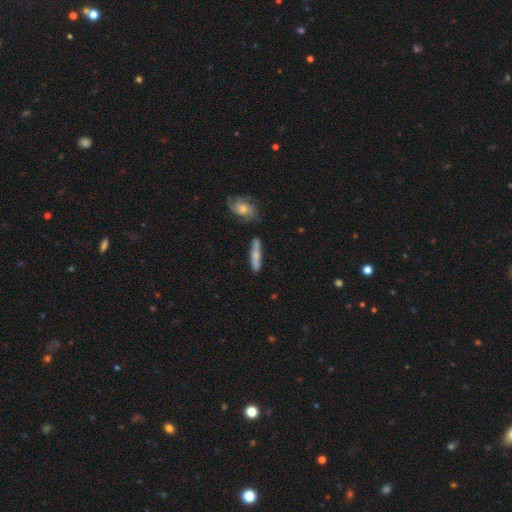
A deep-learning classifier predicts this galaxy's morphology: Overall: smooth (54%; featured or disk 40%). How rounded: cigar-shaped (77%). Merging: none (73%).